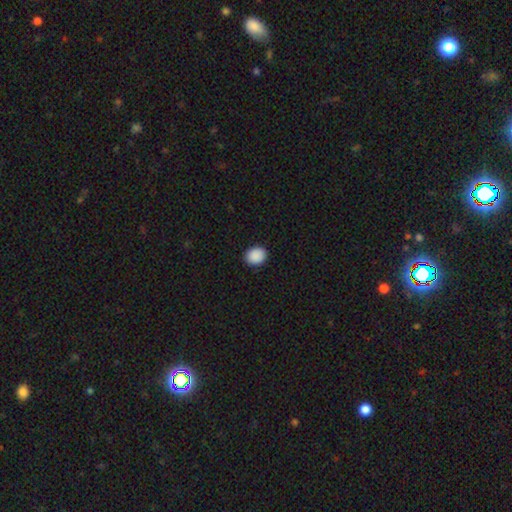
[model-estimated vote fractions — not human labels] Morphology: type=smooth (90%); roundness=round (55%); merging=none (90%).